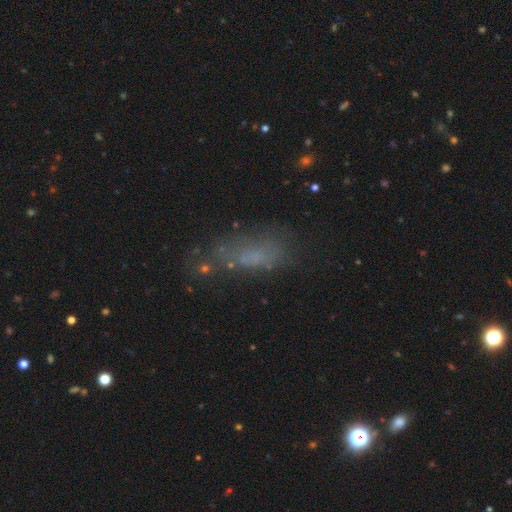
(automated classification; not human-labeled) This is possibly a smooth galaxy (54%). How rounded: likely in between (69%). Merging: possibly none (49%).